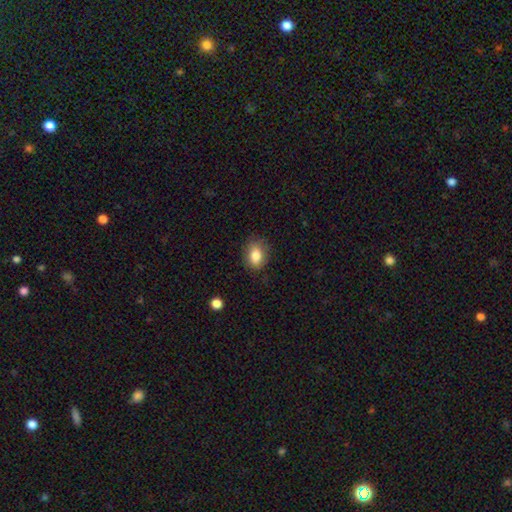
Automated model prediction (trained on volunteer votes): smooth_or_featured: smooth (p=0.83) [alt: featured or disk p=0.09]
how_rounded: in between (p=0.70) [alt: round p=0.29]
merging: none (p=0.80) [alt: minor disturbance p=0.15]